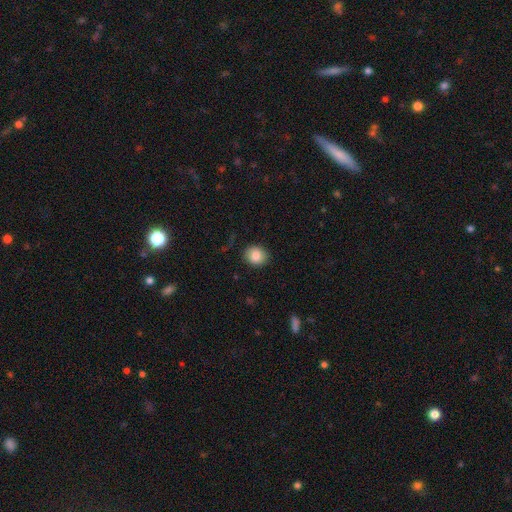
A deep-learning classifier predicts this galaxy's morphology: This appears to be a smooth galaxy with no disk features (86%) that is round (75%). Merging: none (85%).